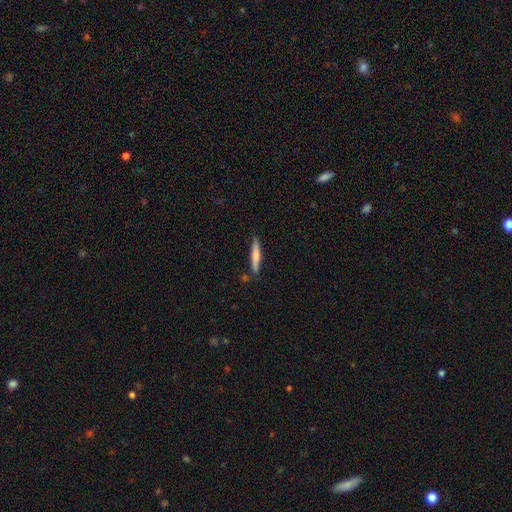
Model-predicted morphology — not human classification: This is likely a smooth galaxy (69%). How rounded: clearly cigar-shaped (91%). Merging: clearly none (83%).